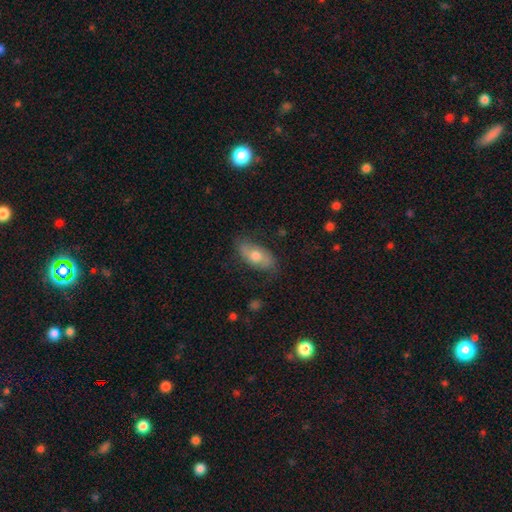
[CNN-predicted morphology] smooth_or_featured: smooth (p=0.57) [alt: featured or disk p=0.36]
how_rounded: in between (p=0.86) [alt: cigar-shaped p=0.09]
merging: none (p=0.76) [alt: minor disturbance p=0.18]